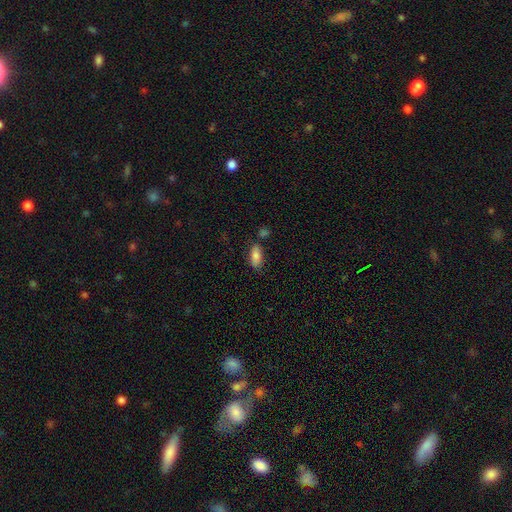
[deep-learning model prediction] Smooth or featured: smooth — 82% (featured or disk — 11%)
How rounded: in between — 86% (cigar-shaped — 11%)
Merging: none — 74% (minor disturbance — 15%)